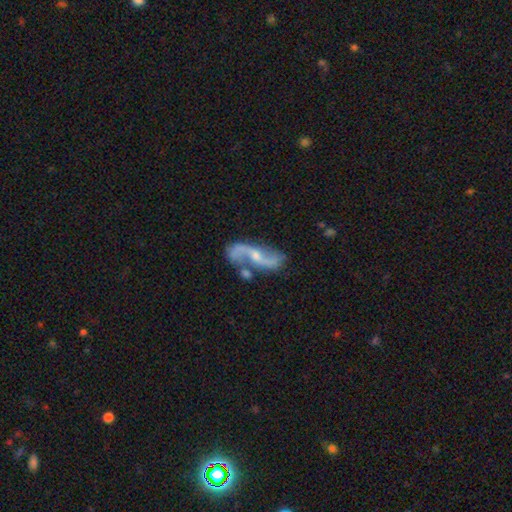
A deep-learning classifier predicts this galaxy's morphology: A featured or disk galaxy (88%) with no bar (45%), 2 (93%) loose (78%) spiral arms (95%) and a small central bulge (53%).

Vote fractions:
- Smooth or featured? featured or disk: 88% / smooth: 7% / star or artifact: 5%
- Edge-on disk? no: 95% / yes: 5%
- Bar? no: 45% / weak: 37% / strong: 18%
- Spiral arms? yes: 95% / no: 5%
- Spiral winding? loose: 78% / medium: 17% / tight: 5%
- Spiral arm count? 2: 93% / can't tell: 2% / 1: 2% / 3: 1% / 4: 1% / more than 4: 1%
- Bulge size? small: 53% / moderate: 38% / none: 6% / large: 2% / dominant: 1%
- Merging? none: 63% / minor disturbance: 17% / merger: 12% / major disturbance: 8%